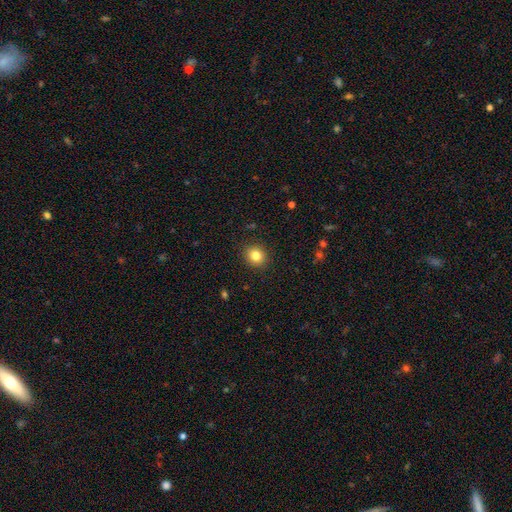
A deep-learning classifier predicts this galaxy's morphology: Smooth or featured: smooth — 83% (star or artifact — 11%)
How rounded: round — 77% (in between — 22%)
Merging: none — 90% (minor disturbance — 7%)